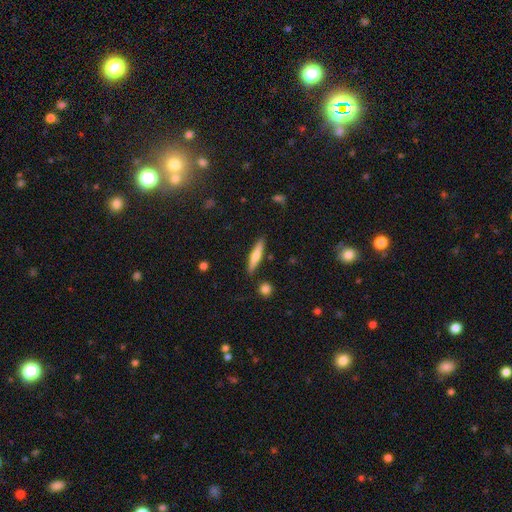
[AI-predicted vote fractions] This appears to be a smooth galaxy with no disk features (58%) that is cigar-shaped (87%). Merging: none (87%).